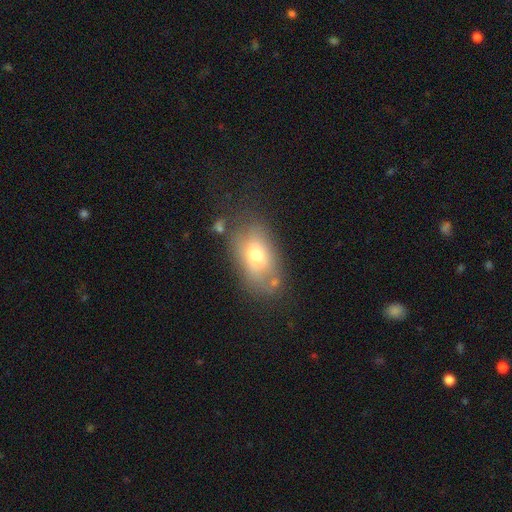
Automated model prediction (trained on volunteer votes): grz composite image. It shows a smooth galaxy with no disk features (68%) that is in between round and cigar-shaped (87%). Merging: none (61%).